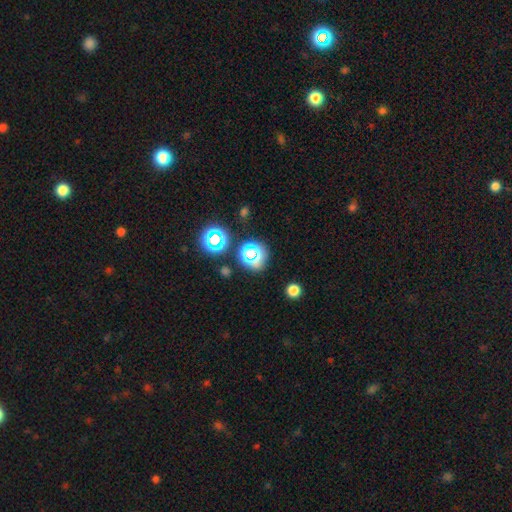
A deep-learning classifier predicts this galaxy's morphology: A star or artifact, not a galaxy (49%).